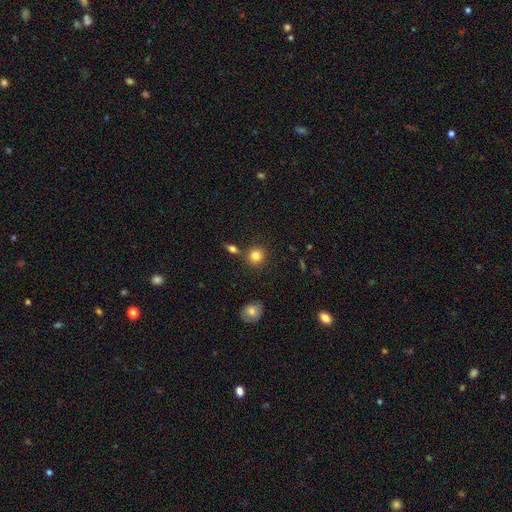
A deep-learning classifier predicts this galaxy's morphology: smooth-or-featured: smooth: 83% | star or artifact: 11% | featured or disk: 6%
  how-rounded: round: 89% | in between: 10% | cigar-shaped: 1%
  merging: none: 80% | merger: 9% | minor disturbance: 8% | major disturbance: 3%